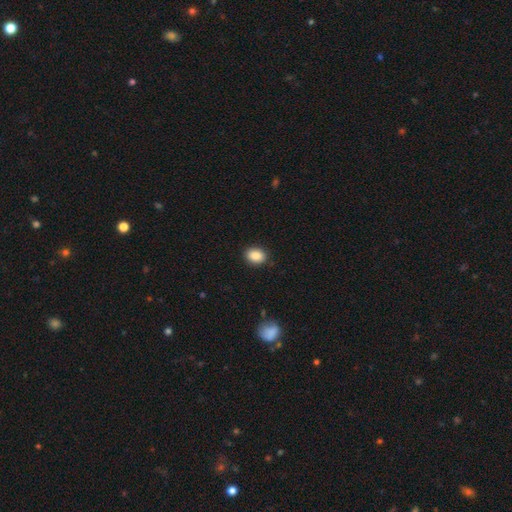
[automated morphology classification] Smooth or featured?
  - smooth: 88% *
  - star or artifact: 8%
  - featured or disk: 4%
How rounded?
  - in between: 68% *
  - round: 31%
  - cigar-shaped: 1%
Merging?
  - none: 89% *
  - minor disturbance: 8%
  - major disturbance: 2%
  - merger: 1%